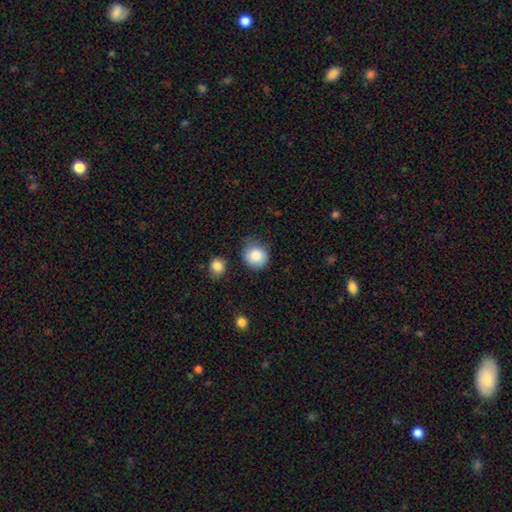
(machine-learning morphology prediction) This is clearly a smooth galaxy (86%). How rounded: clearly round (86%). Merging: likely none (71%).